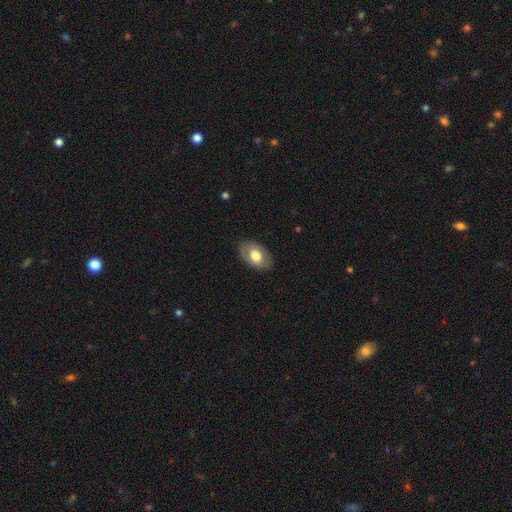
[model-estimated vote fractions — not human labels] A smooth galaxy with no disk features (63%) that is in between round and cigar-shaped (89%). Merging: none (82%).